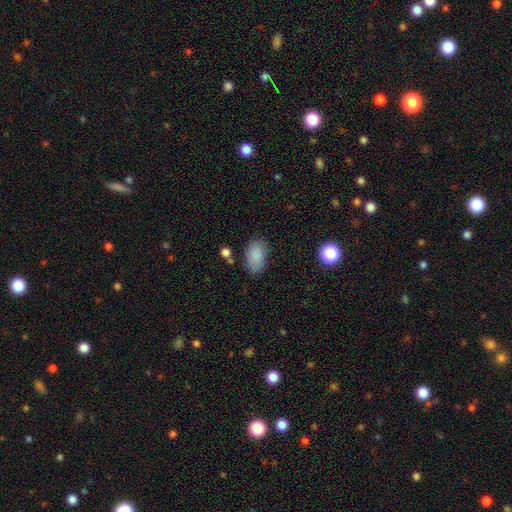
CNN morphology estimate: type=smooth (87%); roundness=in between (93%); merging=none (80%).